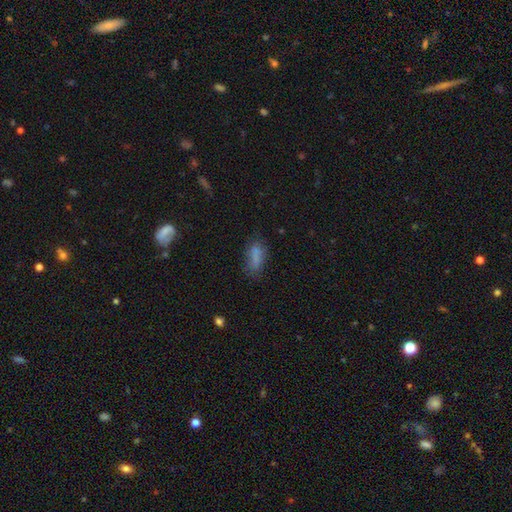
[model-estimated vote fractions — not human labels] Morphology: type=smooth (73%); roundness=in between (78%); merging=none (56%).